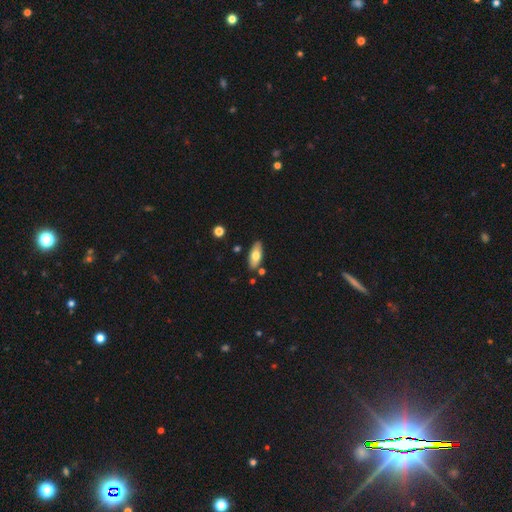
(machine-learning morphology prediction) smooth 69%, featured or disk 25%, star or artifact 6%. Down the decision tree: how rounded — in between (81%); merging — none (81%).